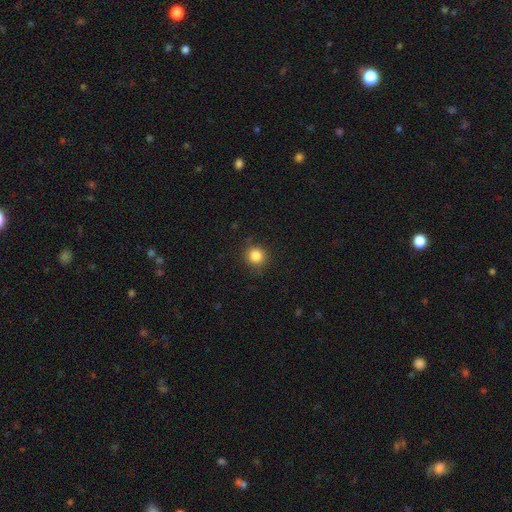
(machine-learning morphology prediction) smooth-or-featured: smooth: 84% | star or artifact: 11% | featured or disk: 4%
  how-rounded: round: 91% | in between: 8% | cigar-shaped: 1%
  merging: none: 87% | minor disturbance: 10% | major disturbance: 3% | merger: 1%